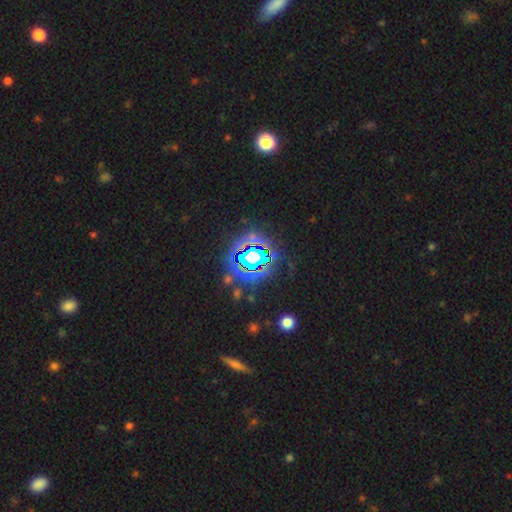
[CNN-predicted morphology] Q: Smooth or featured?
A: star or artifact (79%); runner-up: smooth (12%)